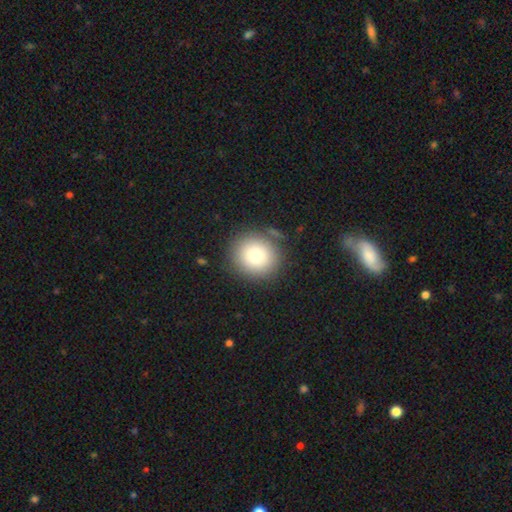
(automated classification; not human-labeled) Smooth or featured? Predicted: smooth (p=0.79). How rounded? Predicted: round (p=0.91). Merging? Predicted: none (p=0.85).